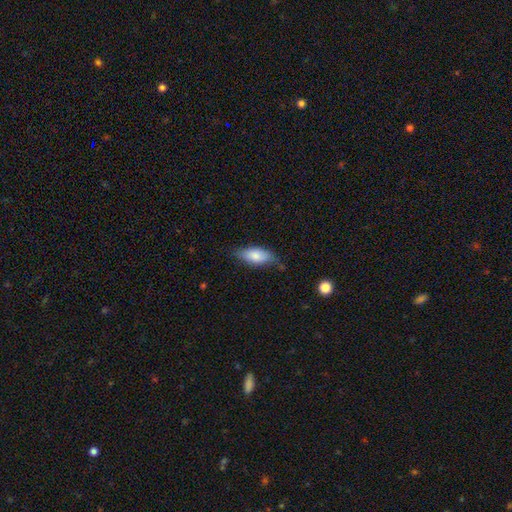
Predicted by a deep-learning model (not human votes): Smooth or featured?
  - smooth: 76% *
  - featured or disk: 17%
  - star or artifact: 6%
How rounded?
  - in between: 82% *
  - cigar-shaped: 15%
  - round: 3%
Merging?
  - none: 66% *
  - minor disturbance: 27%
  - major disturbance: 5%
  - merger: 2%